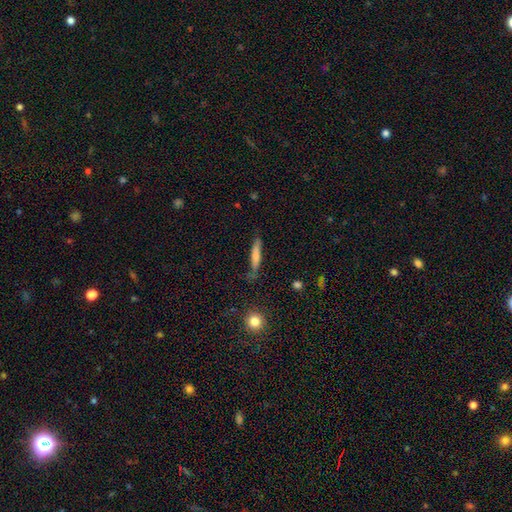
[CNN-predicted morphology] smooth 66%, featured or disk 28%, star or artifact 6%. Down the decision tree: how rounded — cigar-shaped (89%); merging — none (70%).